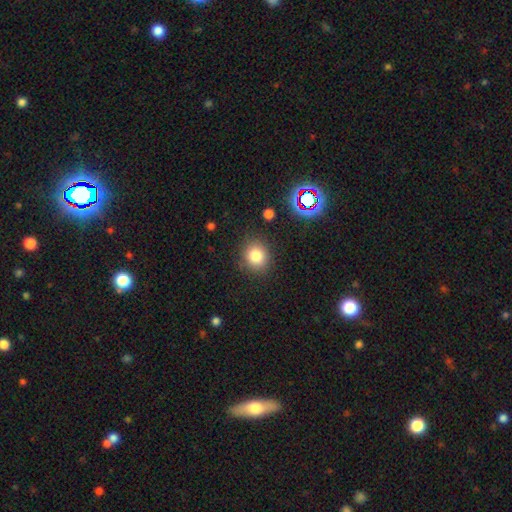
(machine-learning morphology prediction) Smooth or featured?
  - smooth: 81% *
  - star or artifact: 13%
  - featured or disk: 6%
How rounded?
  - round: 82% *
  - in between: 17%
  - cigar-shaped: 1%
Merging?
  - none: 86% *
  - minor disturbance: 10%
  - major disturbance: 3%
  - merger: 2%